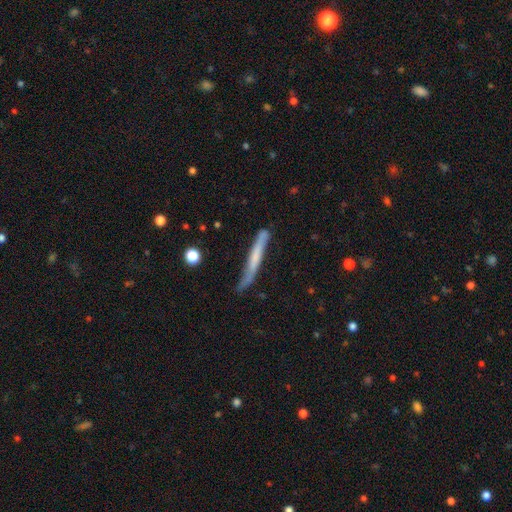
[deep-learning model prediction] A smooth galaxy with no disk features (49%).

Vote fractions:
- Smooth or featured? smooth: 49% / featured or disk: 45% / star or artifact: 6%
- Merging? none: 60% / minor disturbance: 30% / major disturbance: 7% / merger: 3%